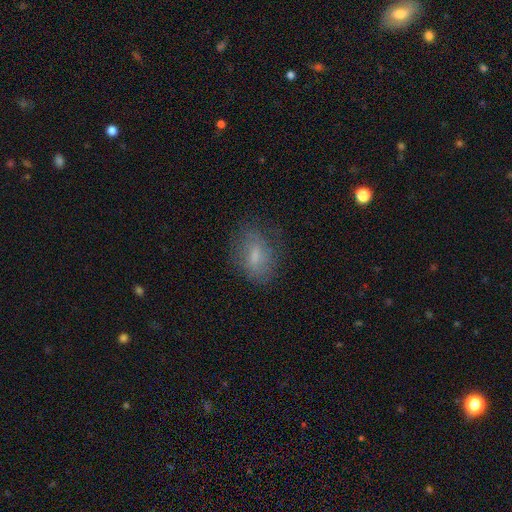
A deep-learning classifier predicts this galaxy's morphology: Smooth or featured? Predicted: smooth (p=0.65). How rounded? Predicted: in between (p=0.82). Merging? Predicted: none (p=0.70).